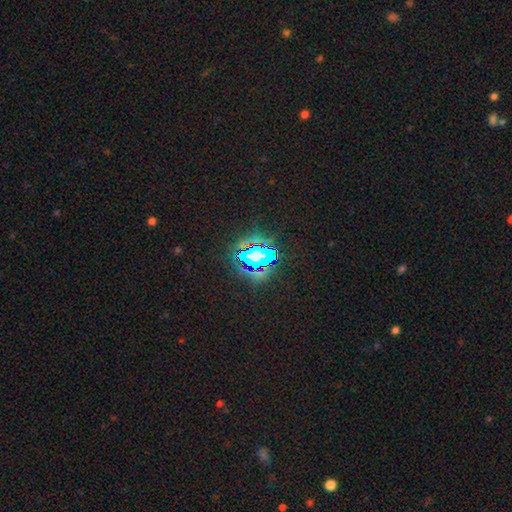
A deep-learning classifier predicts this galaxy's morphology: The model was most divided on "smooth or featured": star or artifact: 62%, smooth: 25%, featured or disk: 13%.